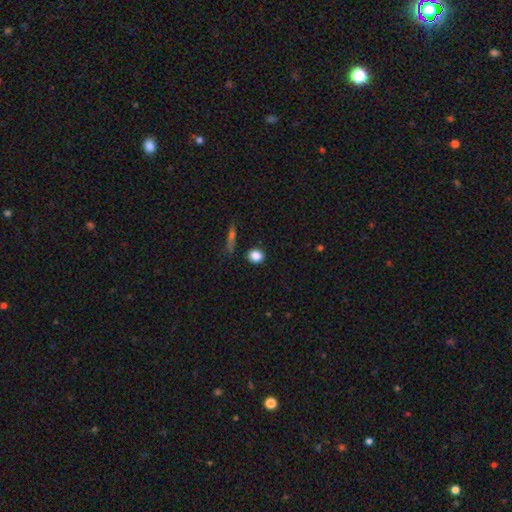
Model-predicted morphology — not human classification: smooth-or-featured: smooth: 86% | star or artifact: 10% | featured or disk: 5%
  how-rounded: round: 71% | in between: 26% | cigar-shaped: 3%
  merging: none: 86% | minor disturbance: 9% | merger: 3% | major disturbance: 3%